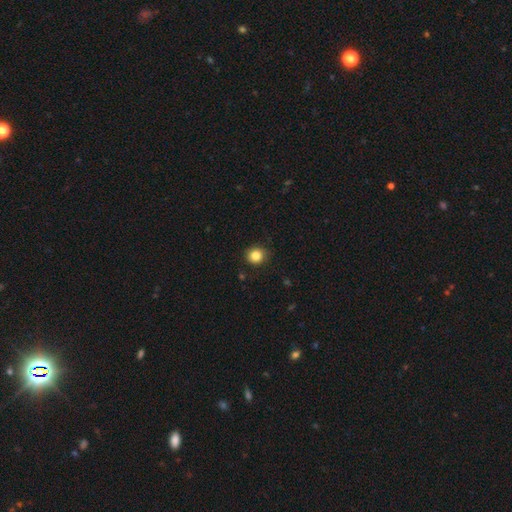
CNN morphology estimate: The model was most divided on "smooth or featured": smooth: 84%, star or artifact: 11%, featured or disk: 5%. More confident: merging — none (88%); how rounded — round (87%).